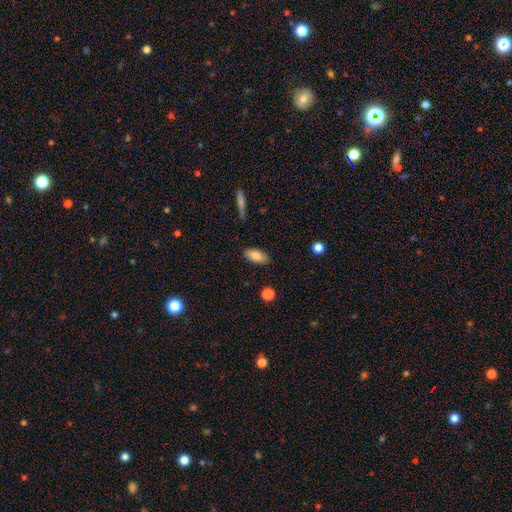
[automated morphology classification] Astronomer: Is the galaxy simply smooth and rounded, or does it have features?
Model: smooth — 85%.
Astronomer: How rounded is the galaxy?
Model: in between — 88%.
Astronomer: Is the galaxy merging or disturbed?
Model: none — 87%.